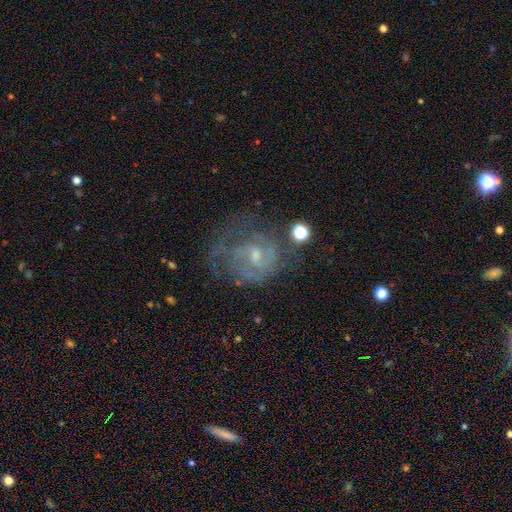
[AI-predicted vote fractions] smooth_or_featured: featured or disk (p=0.72) [alt: smooth p=0.16]
disk_edge_on: no (p=0.97) [alt: yes p=0.03]
bar: no (p=0.50) [alt: weak p=0.43]
has_spiral_arms: yes (p=0.80) [alt: no p=0.20]
spiral_winding: tight (p=0.47) [alt: medium p=0.38]
spiral_arm_count: can't tell (p=0.42) [alt: 2 p=0.31]
bulge_size: small (p=0.55) [alt: moderate p=0.34]
merging: none (p=0.54) [alt: major disturbance p=0.22]